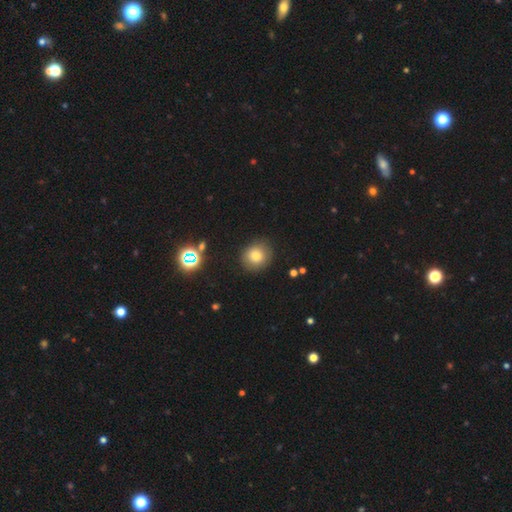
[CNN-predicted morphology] smooth 77%, star or artifact 13%, featured or disk 10%. Down the decision tree: how rounded — round (82%); merging — none (85%).